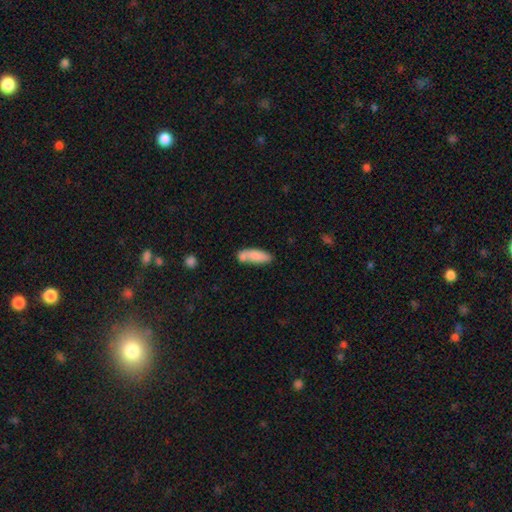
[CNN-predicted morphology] This is likely a smooth galaxy (79%). How rounded: possibly in between (56%). Merging: possibly none (49%).